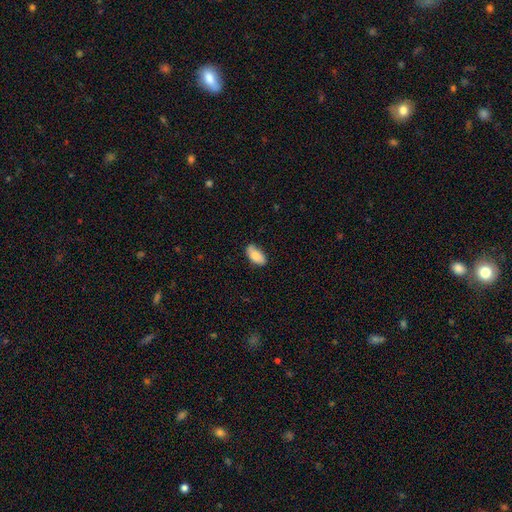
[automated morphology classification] smooth 81%, featured or disk 13%, star or artifact 6%. Down the decision tree: how rounded — in between (93%); merging — none (77%).